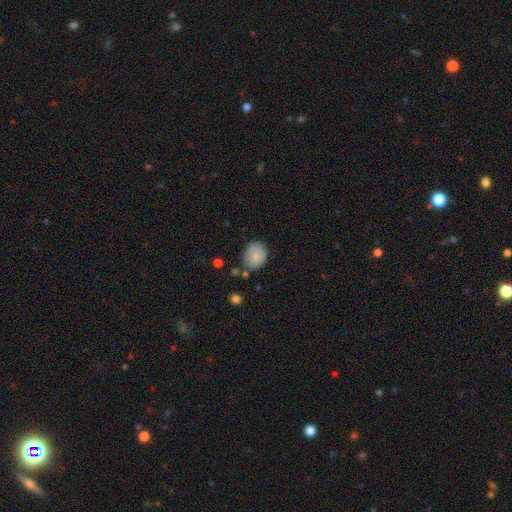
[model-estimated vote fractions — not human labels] Overall: smooth (81%). How rounded: in between (52%; round 47%). Merging: none (66%).